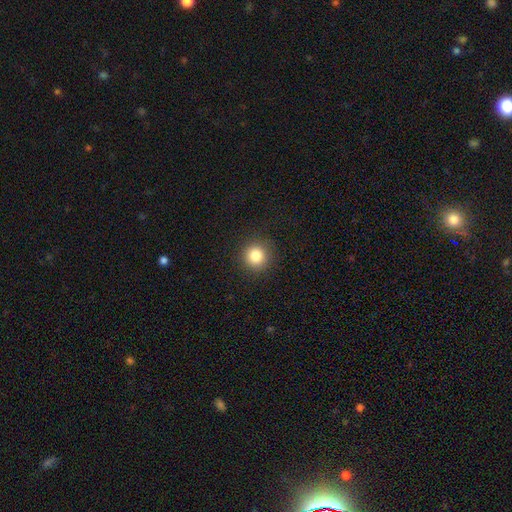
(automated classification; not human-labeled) Smooth or featured: smooth — 84% (star or artifact — 11%)
How rounded: round — 94% (in between — 5%)
Merging: none — 91% (minor disturbance — 6%)